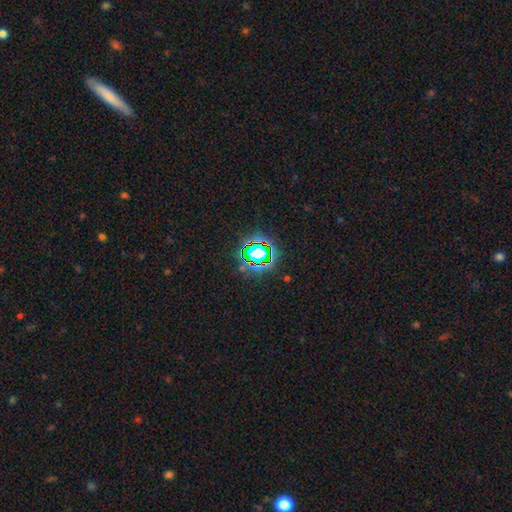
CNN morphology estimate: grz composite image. It shows a star or artifact, not a galaxy (67%).